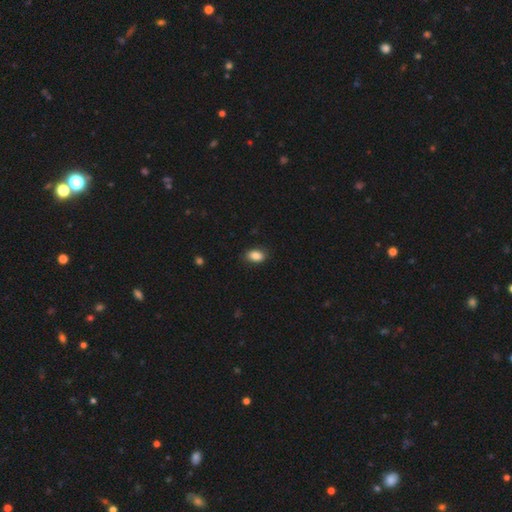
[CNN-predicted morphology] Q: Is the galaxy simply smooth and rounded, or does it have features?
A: smooth — 87%.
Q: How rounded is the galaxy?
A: in between — 87%.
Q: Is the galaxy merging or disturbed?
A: none — 85%.